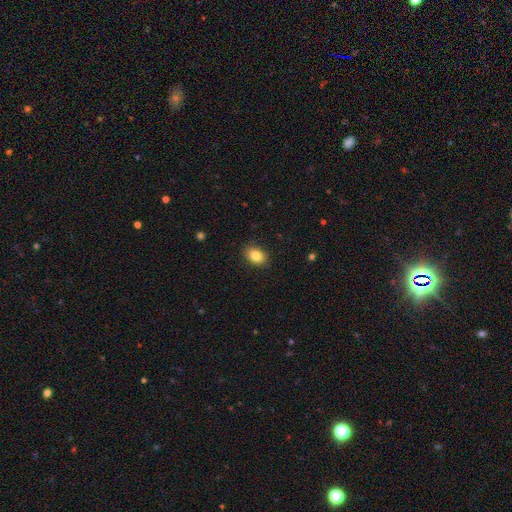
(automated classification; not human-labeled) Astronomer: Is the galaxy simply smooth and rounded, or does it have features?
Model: smooth — 85%.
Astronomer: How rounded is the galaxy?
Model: in between — 74%.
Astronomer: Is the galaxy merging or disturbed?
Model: none — 88%.